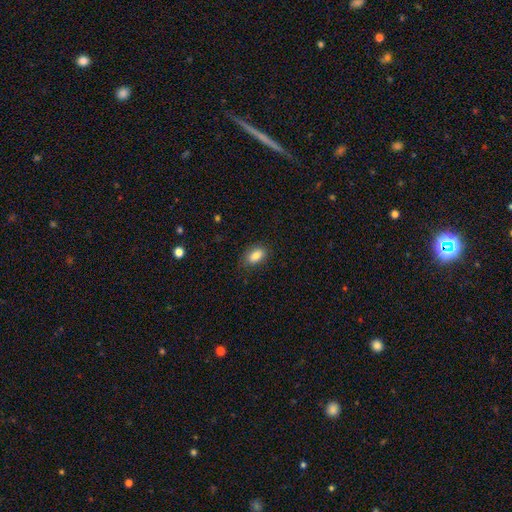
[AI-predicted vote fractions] This is clearly a smooth galaxy (85%). How rounded: clearly in between (88%). Merging: clearly none (82%).